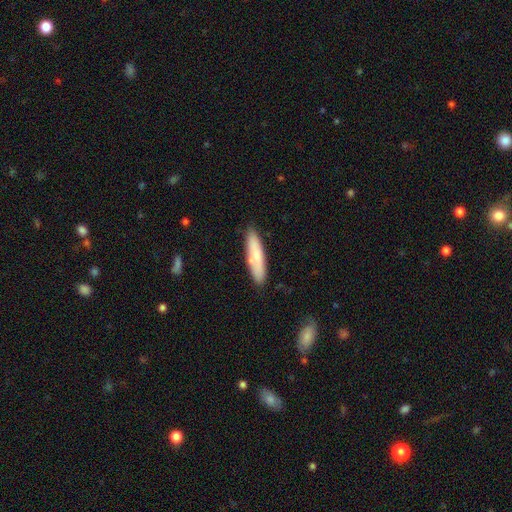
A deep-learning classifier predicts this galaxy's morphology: Smooth or featured? smooth (69%)
How rounded? cigar-shaped (74%)
Merging? none (80%)